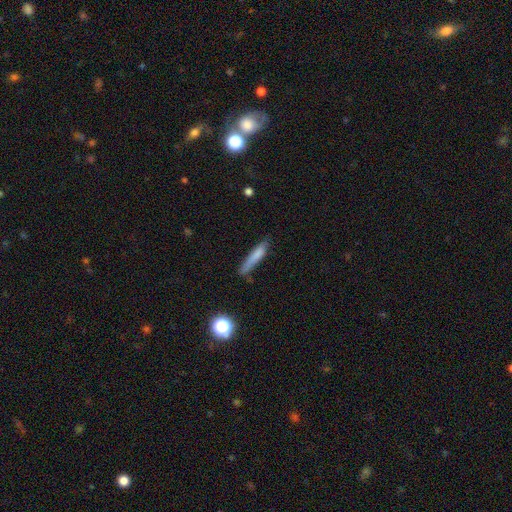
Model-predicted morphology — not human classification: Smooth or featured? smooth (74%)
How rounded? cigar-shaped (89%)
Merging? none (66%)